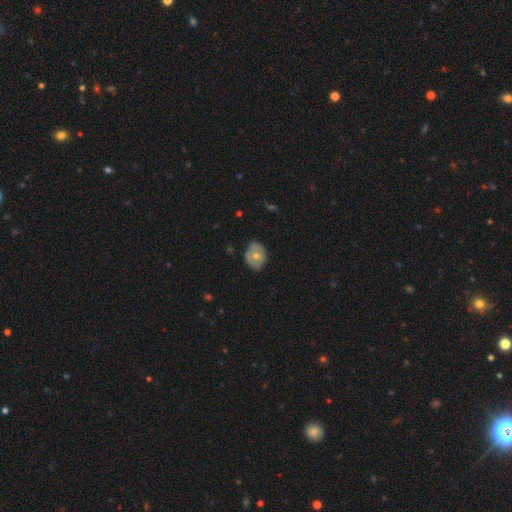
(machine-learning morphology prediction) Smooth or featured: smooth — 51% (featured or disk — 42%)
How rounded: in between — 59% (round — 40%)
Merging: none — 69% (minor disturbance — 25%)